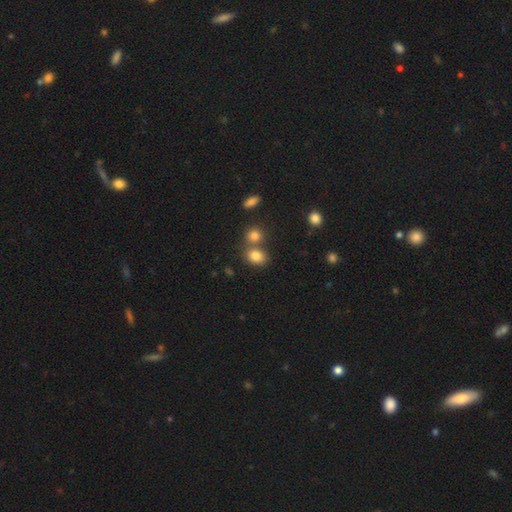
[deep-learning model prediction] A smooth galaxy with no disk features (82%) that is in between round and cigar-shaped (62%).

Vote fractions:
- Smooth or featured? smooth: 82% / star or artifact: 10% / featured or disk: 7%
- How rounded? in between: 62% / round: 36% / cigar-shaped: 1%
- Merging? none: 54% / merger: 32% / minor disturbance: 10% / major disturbance: 3%